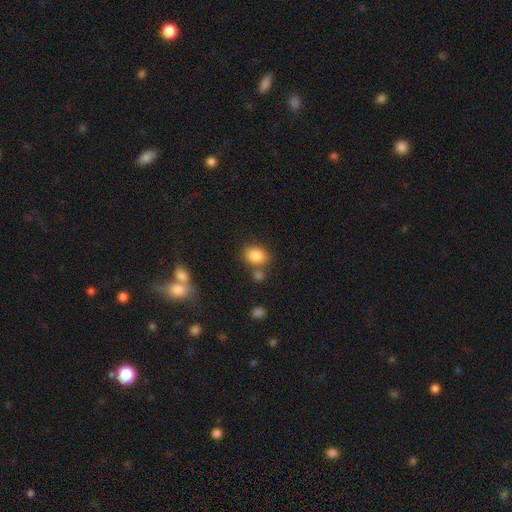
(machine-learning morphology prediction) smooth-or-featured: smooth: 85% | star or artifact: 9% | featured or disk: 6%
  how-rounded: in between: 71% | round: 28% | cigar-shaped: 1%
  merging: none: 65% | merger: 18% | minor disturbance: 13% | major disturbance: 4%